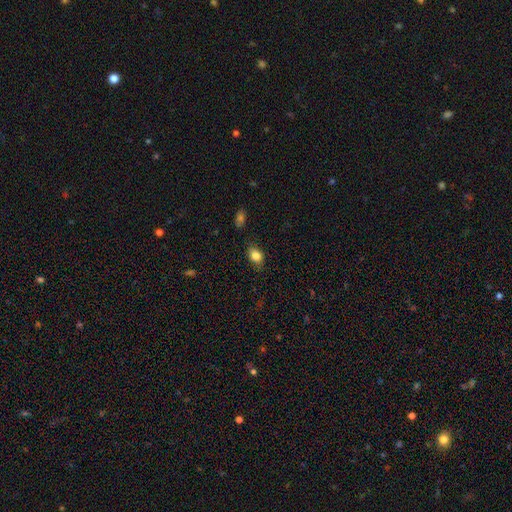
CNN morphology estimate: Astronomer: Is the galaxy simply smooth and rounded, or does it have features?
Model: smooth — 82%.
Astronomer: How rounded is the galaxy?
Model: in between — 75%.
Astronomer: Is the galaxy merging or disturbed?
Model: none — 79%.